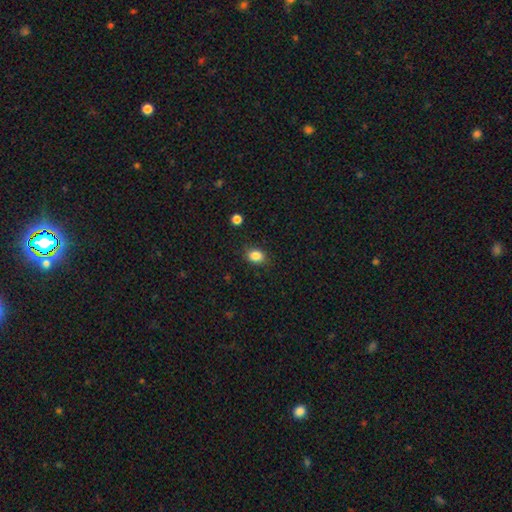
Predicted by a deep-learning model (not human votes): Q: Smooth or featured?
A: smooth (86%); runner-up: star or artifact (10%)
Q: How rounded?
A: in between (65%); runner-up: round (34%)
Q: Merging?
A: none (82%); runner-up: minor disturbance (13%)